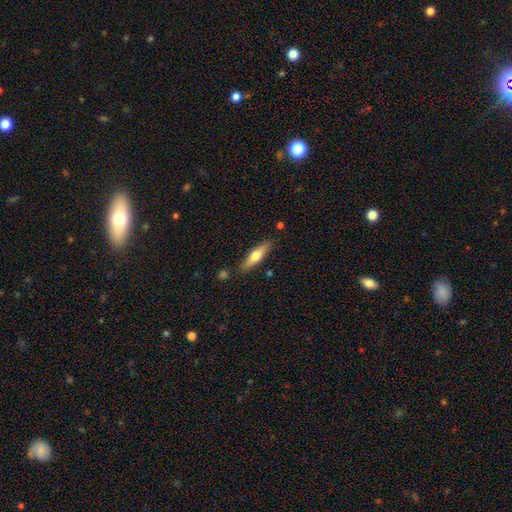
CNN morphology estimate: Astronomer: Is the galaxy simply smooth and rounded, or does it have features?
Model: smooth — 58% (runner-up: featured or disk, 36%).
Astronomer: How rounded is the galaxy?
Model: cigar-shaped — 72%.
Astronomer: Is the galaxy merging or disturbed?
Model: none — 83%.